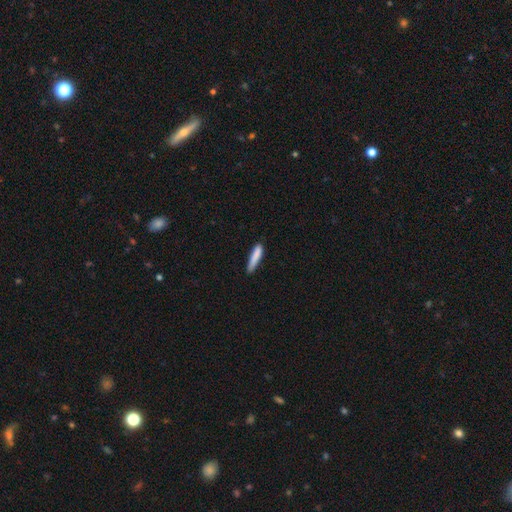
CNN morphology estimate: Smooth or featured? smooth (84%)
How rounded? cigar-shaped (87%)
Merging? none (75%)